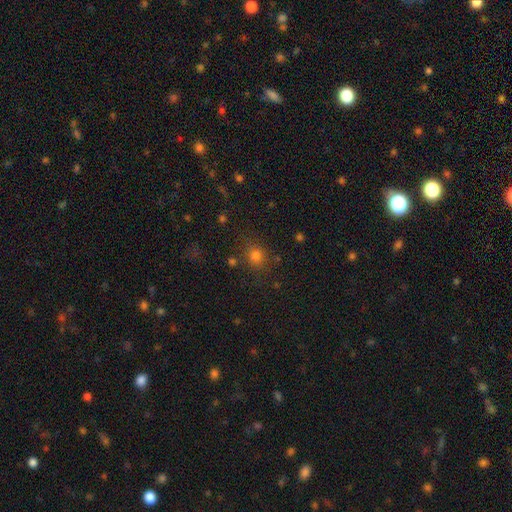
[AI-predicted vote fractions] A smooth galaxy with no disk features (72%) that is round (74%). Merging: none (78%).